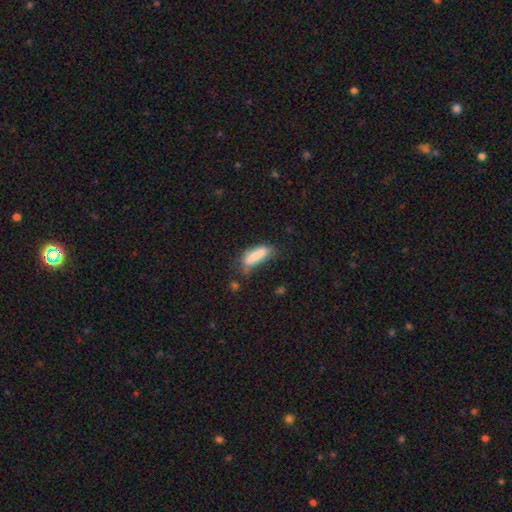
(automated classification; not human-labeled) Morphology: type=smooth (79%); roundness=in between (53%); merging=none (46%).